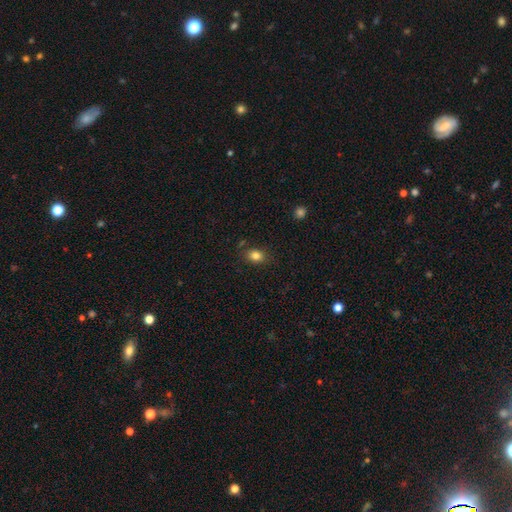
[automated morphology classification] The model was most divided on "how rounded": in between: 62%, round: 37%, cigar-shaped: 1%. More confident: smooth or featured — smooth (83%); merging — none (81%).